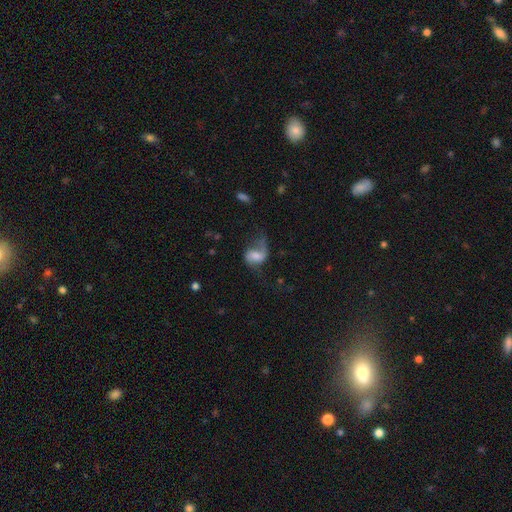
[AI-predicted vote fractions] Morphology: type=featured or disk (64%); edge-on=no (97%); bar=weak (45%); spiral arms=yes (89%); winding=loose (70%); arm count=2 (73%); bulge=moderate (38%); merging=none (41%).